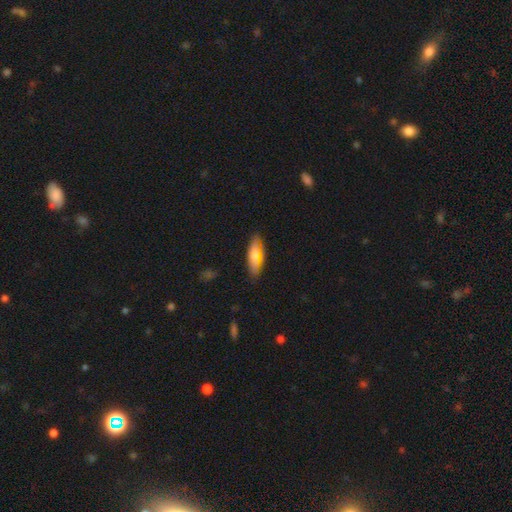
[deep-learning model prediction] A smooth galaxy with no disk features (67%) that is in between round and cigar-shaped (57%).

Vote fractions:
- Smooth or featured? smooth: 67% / featured or disk: 25% / star or artifact: 8%
- How rounded? in between: 57% / cigar-shaped: 40% / round: 3%
- Merging? none: 83% / minor disturbance: 14% / major disturbance: 2% / merger: 1%